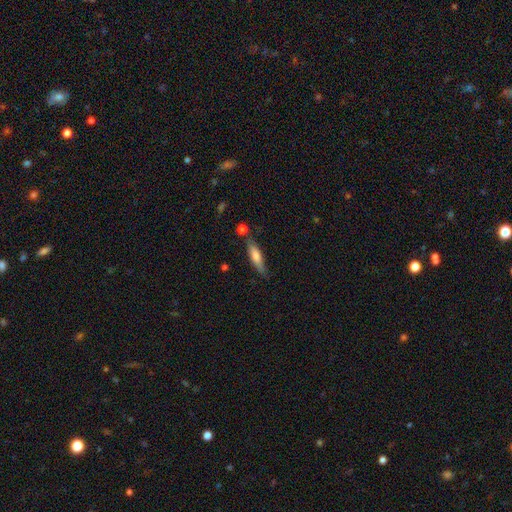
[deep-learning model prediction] smooth_or_featured: smooth (p=0.65) [alt: featured or disk p=0.29]
how_rounded: cigar-shaped (p=0.72) [alt: in between p=0.26]
merging: none (p=0.70) [alt: minor disturbance p=0.18]